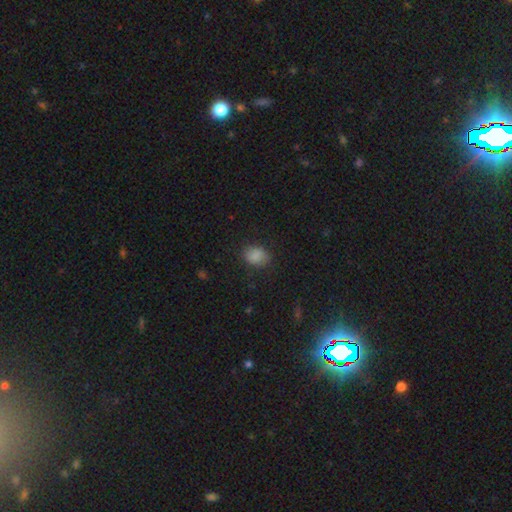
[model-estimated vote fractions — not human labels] Morphology: type=smooth (84%); roundness=in between (62%); merging=none (79%).